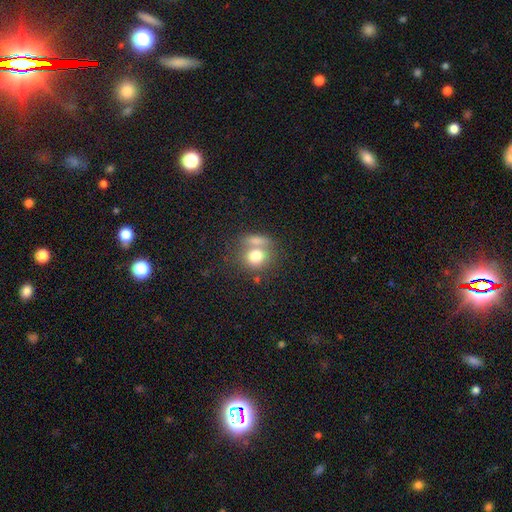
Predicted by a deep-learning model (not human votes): smooth 76%, featured or disk 15%, star or artifact 10%. Down the decision tree: how rounded — round (74%); merging — none (43%).